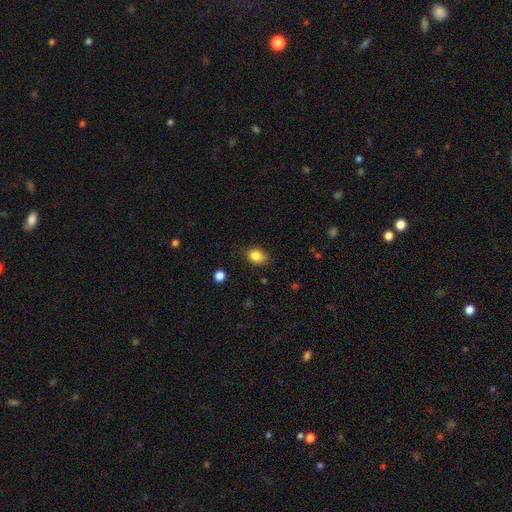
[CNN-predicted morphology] A smooth galaxy with no disk features (85%) that is in between round and cigar-shaped (59%).

Vote fractions:
- Smooth or featured? smooth: 85% / star or artifact: 10% / featured or disk: 6%
- How rounded? in between: 59% / round: 40% / cigar-shaped: 1%
- Merging? none: 78% / minor disturbance: 17% / major disturbance: 4% / merger: 1%